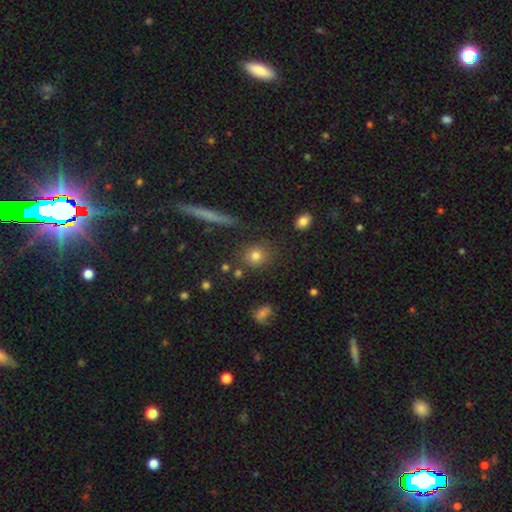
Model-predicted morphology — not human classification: smooth-or-featured: smooth: 77% | star or artifact: 13% | featured or disk: 10%
  how-rounded: round: 77% | in between: 20% | cigar-shaped: 3%
  merging: none: 81% | minor disturbance: 11% | merger: 5% | major disturbance: 4%